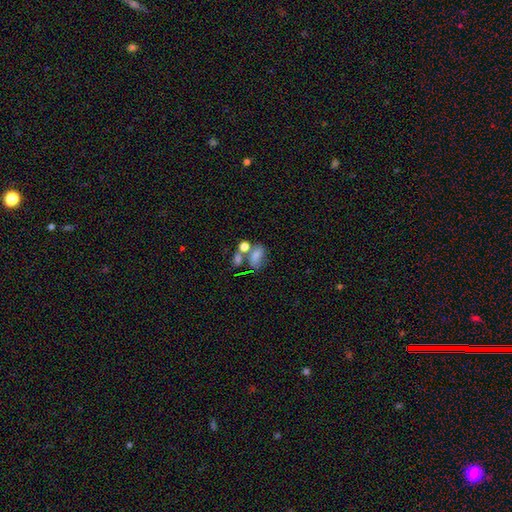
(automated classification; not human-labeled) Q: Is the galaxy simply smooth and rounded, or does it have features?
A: smooth — 68%.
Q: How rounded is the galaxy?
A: in between — 80%.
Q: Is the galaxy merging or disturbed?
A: merger — 43%.